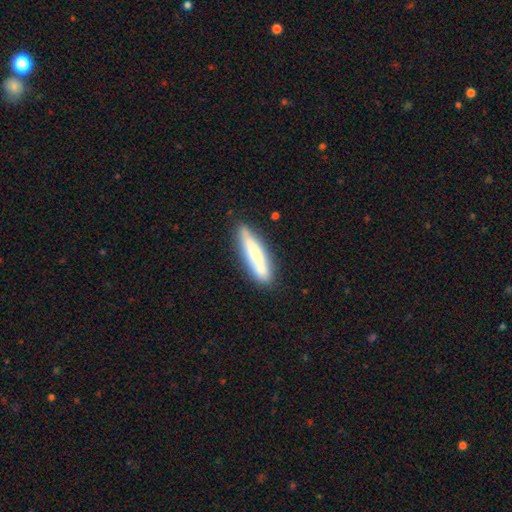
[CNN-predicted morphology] This appears to be a smooth galaxy with no disk features (65%) that is cigar-shaped (83%). Merging: none (77%).